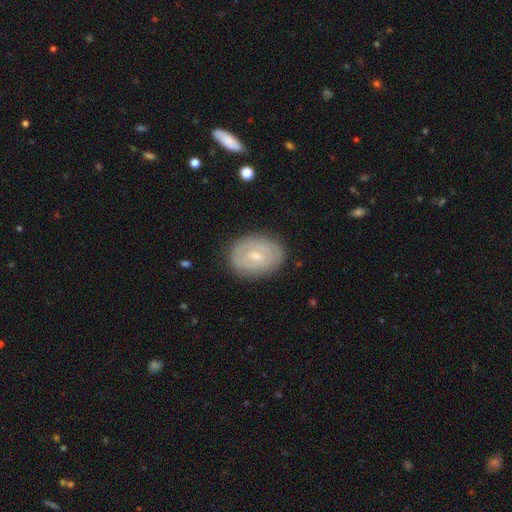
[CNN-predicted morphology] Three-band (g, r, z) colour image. It shows a featured or disk galaxy (60%) with a weak bar (46%), spiral arms (58%) and a small central bulge (56%). Merging: none (83%).